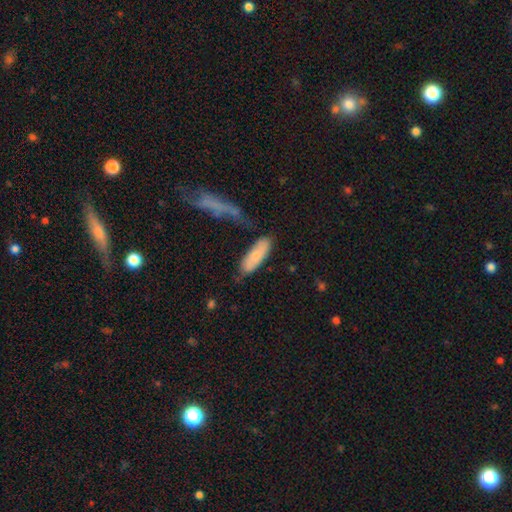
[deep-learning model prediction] Q: Smooth or featured?
A: smooth (73%); runner-up: featured or disk (21%)
Q: How rounded?
A: in between (58%); runner-up: cigar-shaped (40%)
Q: Merging?
A: none (65%); runner-up: minor disturbance (20%)